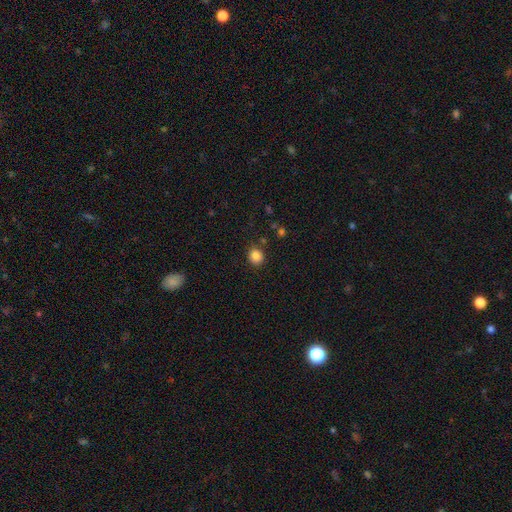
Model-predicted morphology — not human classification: smooth 84%, star or artifact 11%, featured or disk 5%. Down the decision tree: how rounded — round (84%); merging — none (86%).